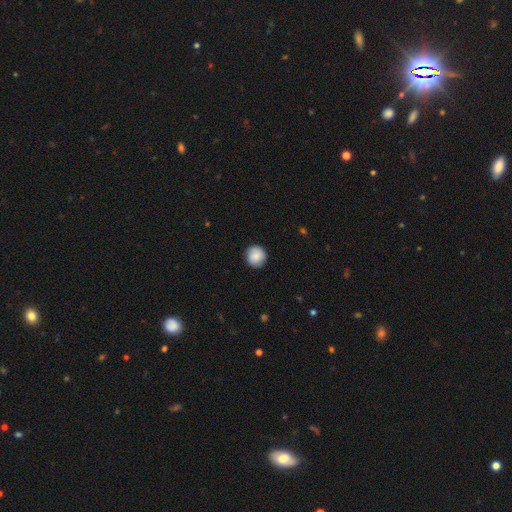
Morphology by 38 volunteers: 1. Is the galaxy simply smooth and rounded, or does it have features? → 92% smooth, 5% star or artifact, 3% featured or disk.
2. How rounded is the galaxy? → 94% round, 6% in between, 0% cigar-shaped.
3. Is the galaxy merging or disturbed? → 100% none, 0% minor disturbance, 0% major disturbance, 0% merger.